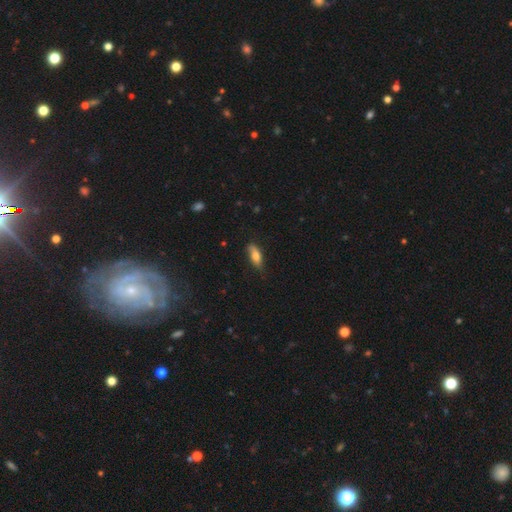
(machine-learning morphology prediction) This appears to be a smooth galaxy with no disk features (73%) that is in between round and cigar-shaped (70%). Merging: none (69%).